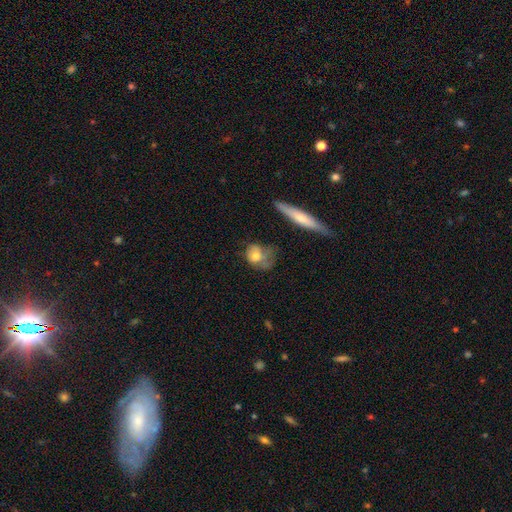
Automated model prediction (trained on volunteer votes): smooth-or-featured: smooth: 65% | featured or disk: 27% | star or artifact: 8%
  how-rounded: in between: 47% (tied) | round: 47% (tied) | cigar-shaped: 5%
  merging: none: 33% | minor disturbance: 31% | major disturbance: 29% | merger: 6%